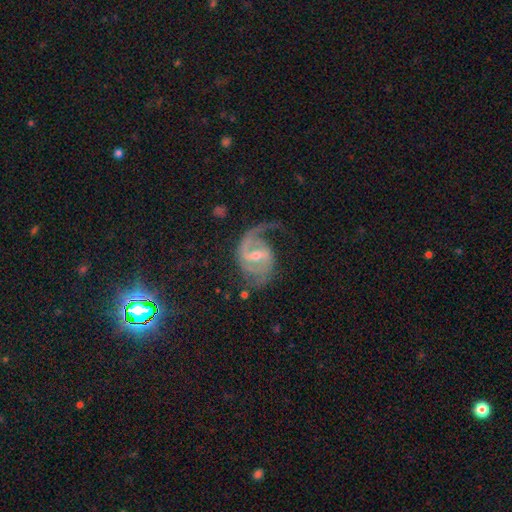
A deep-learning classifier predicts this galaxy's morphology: The model was most divided on "bulge size": moderate: 49%, small: 47%, none: 2%, large: 2%, dominant: 1%. Remaining: edge-on disk — no (97%); spiral arms — yes (97%); smooth or featured — featured or disk (89%); spiral arm count — 2 (78%); merging — none (58%); bar — weak (50%); spiral winding — medium (49%).